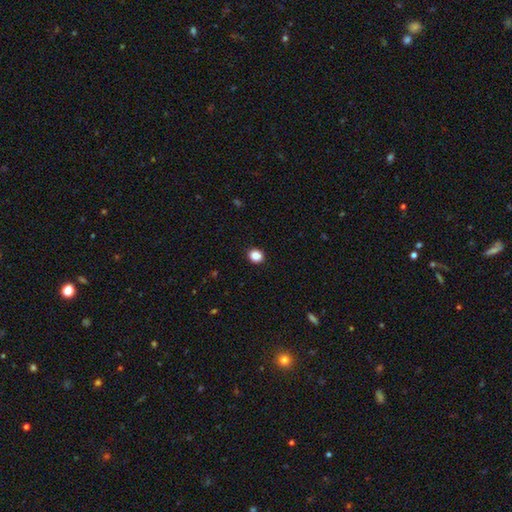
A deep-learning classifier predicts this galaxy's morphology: This appears to be a smooth galaxy with no disk features (87%) that is round (75%). Merging: none (92%).